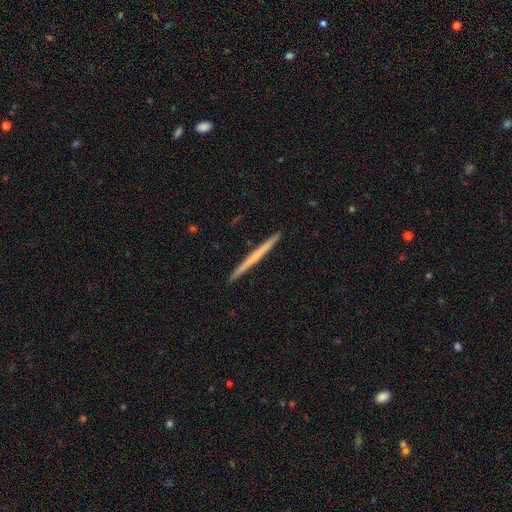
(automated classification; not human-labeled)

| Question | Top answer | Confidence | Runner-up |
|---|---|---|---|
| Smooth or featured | featured or disk | 52% | smooth (43%) |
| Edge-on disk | yes | 98% | no (2%) |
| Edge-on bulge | none | 81% | rounded (15%) |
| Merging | none | 94% | minor disturbance (4%) |